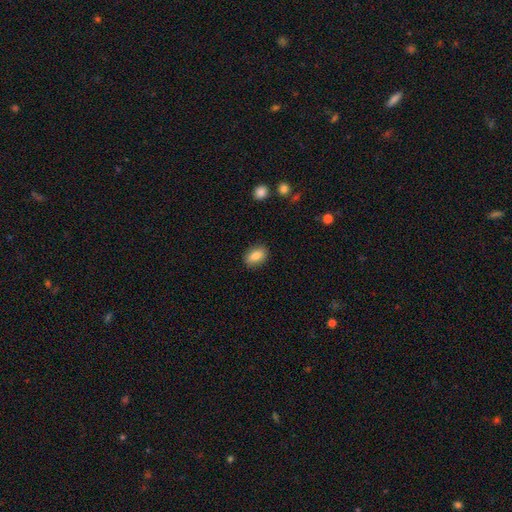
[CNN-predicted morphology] Overall: smooth (84%). How rounded: in between (85%). Merging: none (87%).